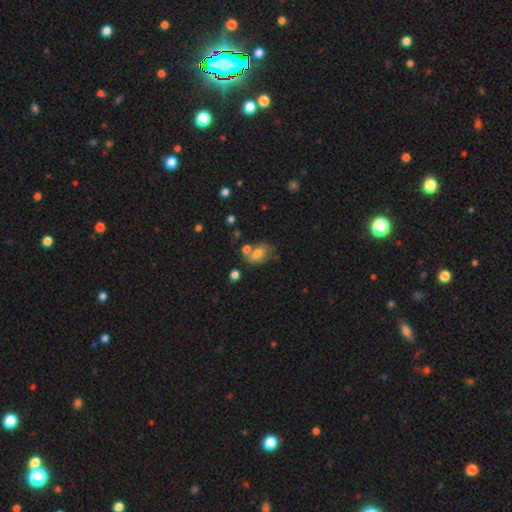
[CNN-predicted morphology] Smooth or featured? Predicted: smooth (p=0.56). How rounded? Predicted: in between (p=0.68). Merging? Predicted: none (p=0.57).